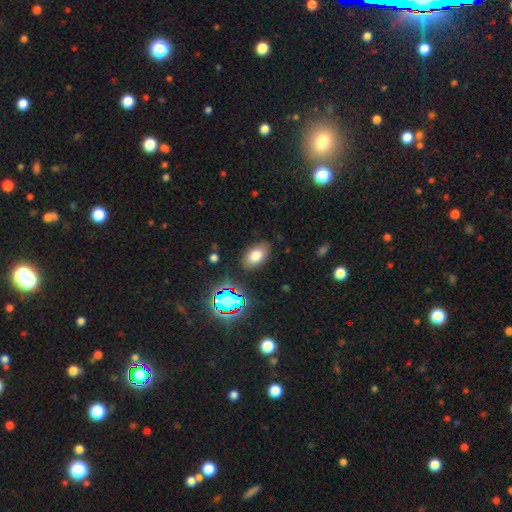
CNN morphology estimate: A smooth galaxy with no disk features (74%) that is in between round and cigar-shaped (91%). Merging: none (83%).